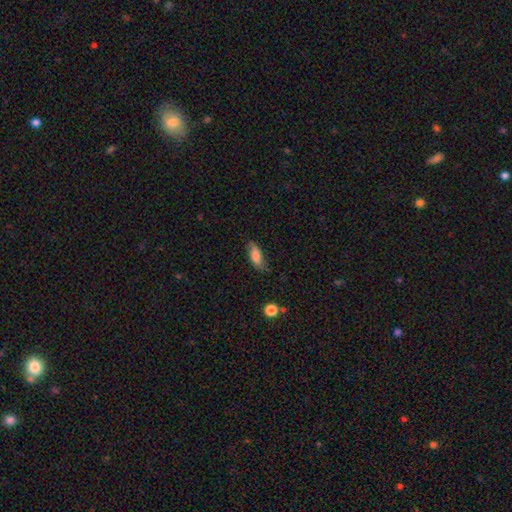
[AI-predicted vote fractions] smooth-or-featured: smooth: 72% | featured or disk: 20% | star or artifact: 8%
  how-rounded: in between: 74% | cigar-shaped: 22% | round: 3%
  merging: none: 68% | minor disturbance: 24% | major disturbance: 6% | merger: 2%